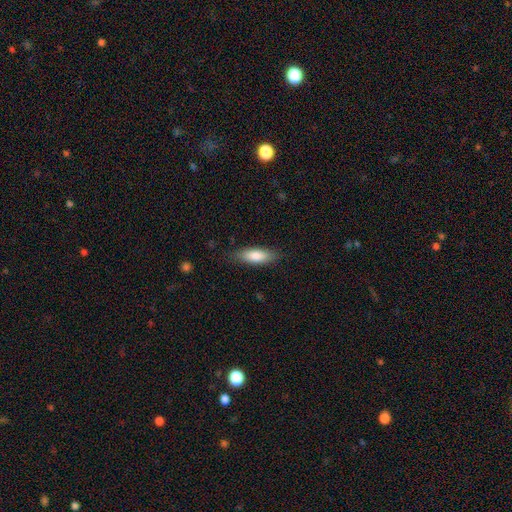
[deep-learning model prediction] The model was most divided on "how rounded": in between: 61%, cigar-shaped: 38%, round: 2%. More confident: merging — none (82%); smooth or featured — smooth (82%).